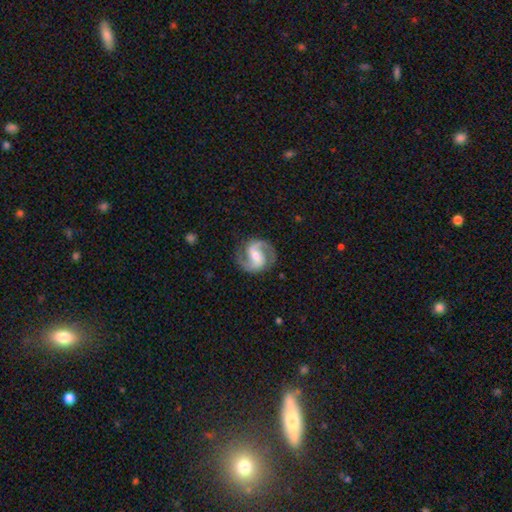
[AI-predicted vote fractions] Smooth or featured?
  - featured or disk: 91% *
  - smooth: 5%
  - star or artifact: 4%
Edge-on disk?
  - no: 98% *
  - yes: 2%
Bar?
  - weak: 43% *
  - strong: 31%
  - no: 27%
Spiral arms?
  - yes: 98% *
  - no: 2%
Spiral winding?
  - medium: 60% *
  - tight: 21%
  - loose: 19%
Spiral arm count?
  - 2: 94% *
  - can't tell: 2%
  - 1: 1%
  - 3: 1%
  - 4: 1%
  - more than 4: 1%
Bulge size?
  - moderate: 56% *
  - small: 37%
  - large: 4%
  - none: 2%
  - dominant: 1%
Merging?
  - none: 85% *
  - minor disturbance: 10%
  - major disturbance: 4%
  - merger: 1%